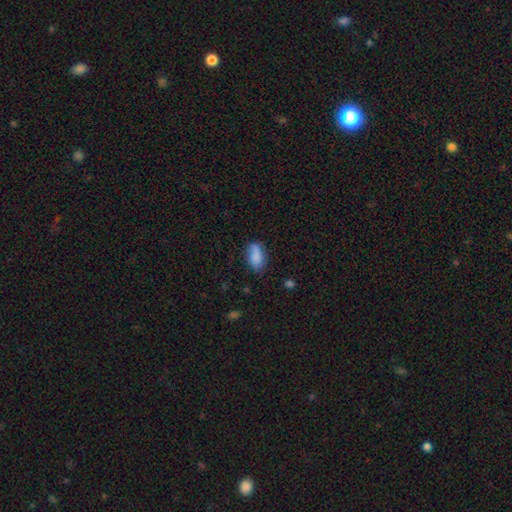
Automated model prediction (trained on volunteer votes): smooth_or_featured: smooth (p=0.82) [alt: featured or disk p=0.10]
how_rounded: in between (p=0.90) [alt: cigar-shaped p=0.06]
merging: none (p=0.65) [alt: minor disturbance p=0.25]